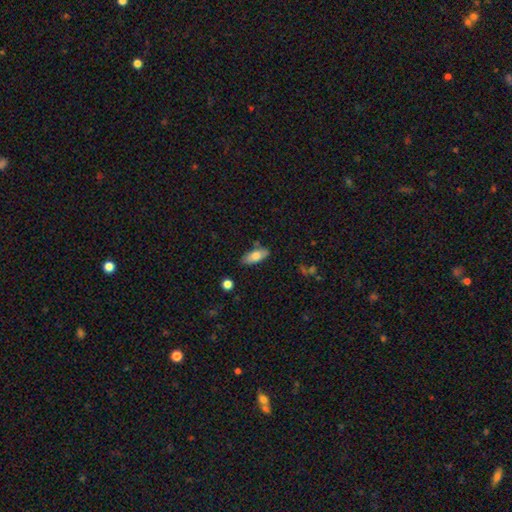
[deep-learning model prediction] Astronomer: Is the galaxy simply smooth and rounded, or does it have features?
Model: smooth — 75%.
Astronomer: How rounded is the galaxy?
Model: in between — 79%.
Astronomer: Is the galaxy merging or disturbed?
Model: none — 77%.